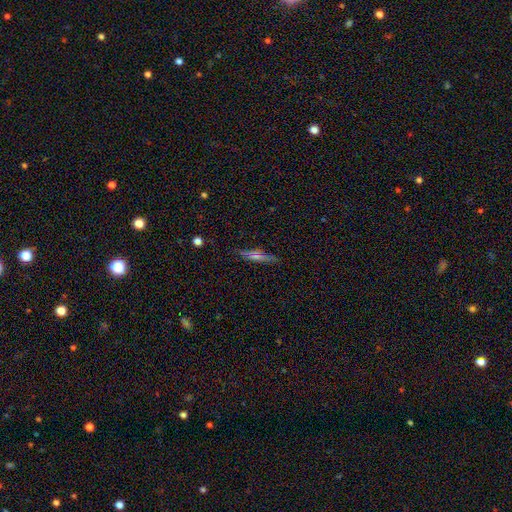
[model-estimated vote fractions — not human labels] Q: Smooth or featured?
A: featured or disk (49%); runner-up: smooth (37%)
Q: Merging?
A: none (83%); runner-up: minor disturbance (13%)